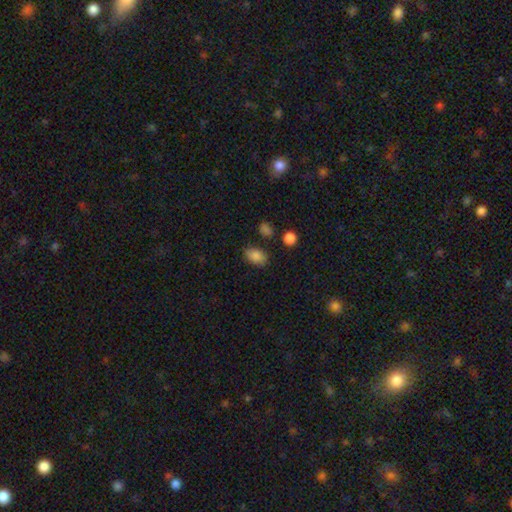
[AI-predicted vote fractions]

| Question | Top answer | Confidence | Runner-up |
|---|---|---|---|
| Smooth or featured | smooth | 84% | star or artifact (9%) |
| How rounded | in between | 86% | round (12%) |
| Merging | none | 79% | minor disturbance (14%) |